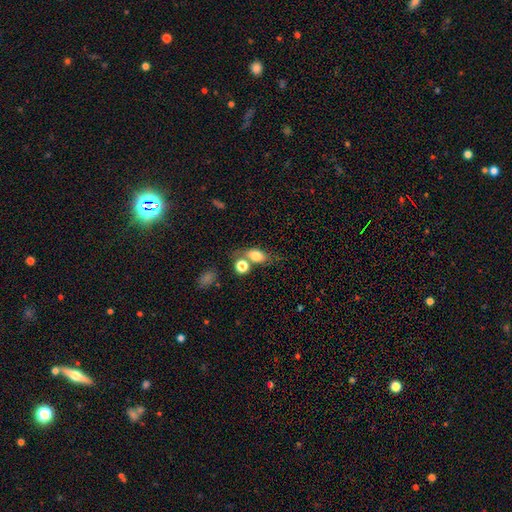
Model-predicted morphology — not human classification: smooth_or_featured: smooth (p=0.78) [alt: featured or disk p=0.12]
how_rounded: in between (p=0.77) [alt: round p=0.19]
merging: none (p=0.50) [alt: merger p=0.28]